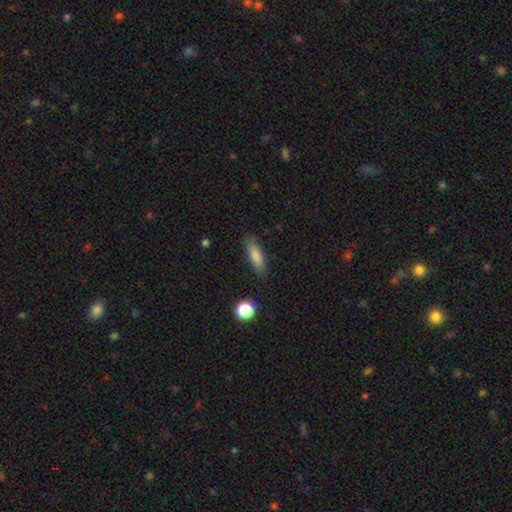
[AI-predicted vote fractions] A smooth galaxy with no disk features (82%) that is cigar-shaped (57%).

Vote fractions:
- Smooth or featured? smooth: 82% / featured or disk: 10% / star or artifact: 8%
- How rounded? cigar-shaped: 57% / in between: 41% / round: 2%
- Merging? none: 85% / minor disturbance: 11% / major disturbance: 3% / merger: 2%